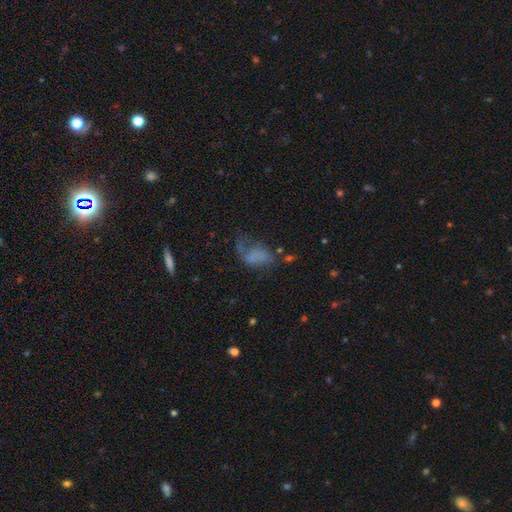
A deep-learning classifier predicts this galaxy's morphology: This is possibly a smooth galaxy (51%). How rounded: clearly in between (86%). Merging: marginally major disturbance (42%).